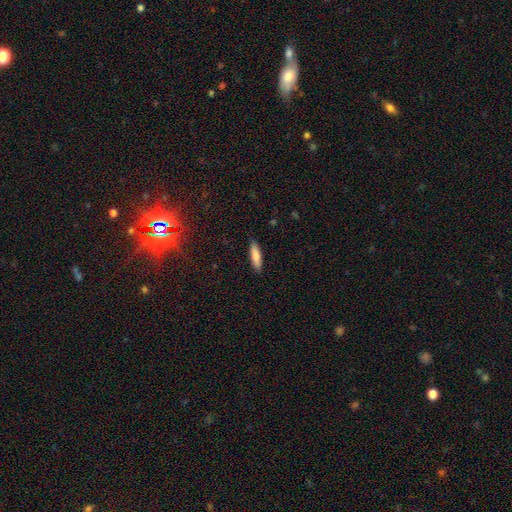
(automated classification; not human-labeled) smooth-or-featured: smooth: 80% | featured or disk: 14% | star or artifact: 6%
  how-rounded: cigar-shaped: 69% | in between: 29% | round: 2%
  merging: none: 88% | minor disturbance: 9% | major disturbance: 2% | merger: 1%